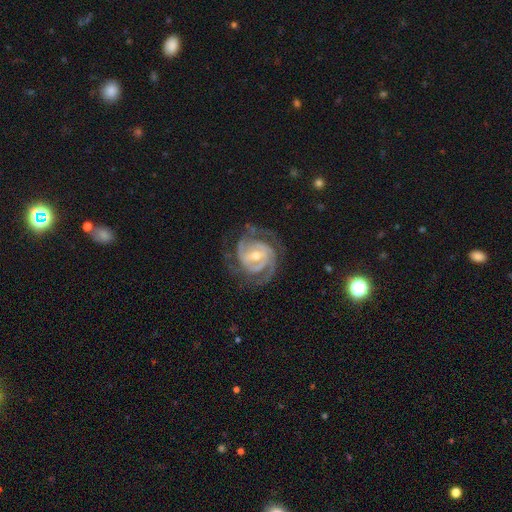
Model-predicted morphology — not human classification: smooth_or_featured: featured or disk (p=0.91) [alt: smooth p=0.05]
disk_edge_on: no (p=0.98) [alt: yes p=0.02]
bar: weak (p=0.49) [alt: strong p=0.30]
has_spiral_arms: yes (p=0.98) [alt: no p=0.02]
spiral_winding: tight (p=0.57) [alt: medium p=0.37]
spiral_arm_count: 2 (p=0.38) [alt: 3 p=0.35]
bulge_size: moderate (p=0.53) [alt: small p=0.42]
merging: none (p=0.72) [alt: minor disturbance p=0.16]